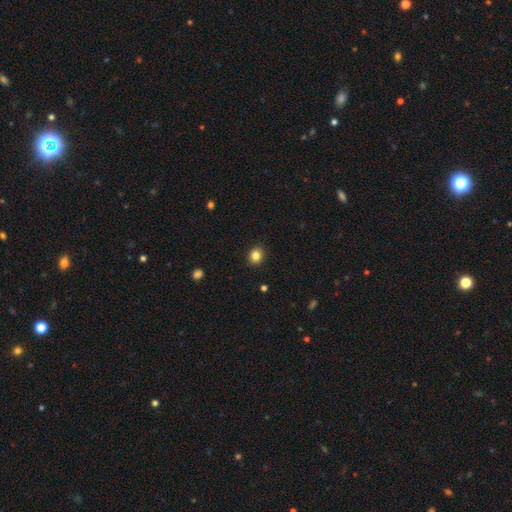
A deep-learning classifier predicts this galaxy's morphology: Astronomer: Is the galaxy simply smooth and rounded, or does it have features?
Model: smooth — 84%.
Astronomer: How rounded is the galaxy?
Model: round — 77%.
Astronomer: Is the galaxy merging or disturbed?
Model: none — 91%.